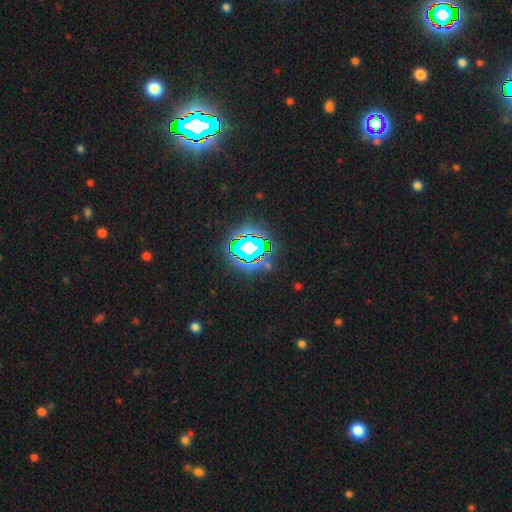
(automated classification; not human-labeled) Overall: star or artifact (80%).